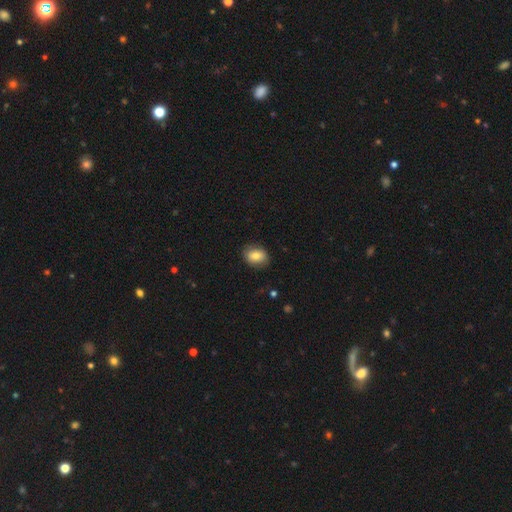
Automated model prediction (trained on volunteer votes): Smooth or featured? smooth (77%)
How rounded? in between (59%)
Merging? none (84%)